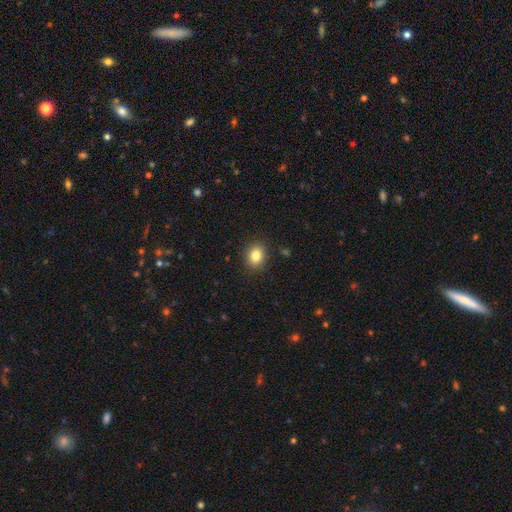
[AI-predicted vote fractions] smooth 83%, star or artifact 10%, featured or disk 7%. Down the decision tree: how rounded — round (51%); merging — none (88%).